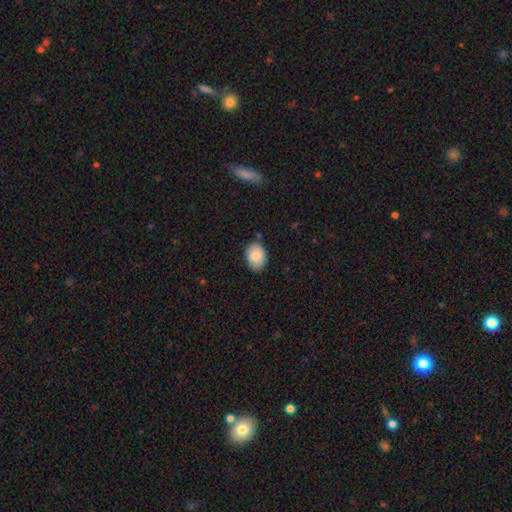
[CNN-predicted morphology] Smooth or featured?
  - smooth: 86% *
  - featured or disk: 7%
  - star or artifact: 7%
How rounded?
  - in between: 81% *
  - round: 18%
  - cigar-shaped: 1%
Merging?
  - none: 81% *
  - minor disturbance: 14%
  - major disturbance: 3%
  - merger: 2%